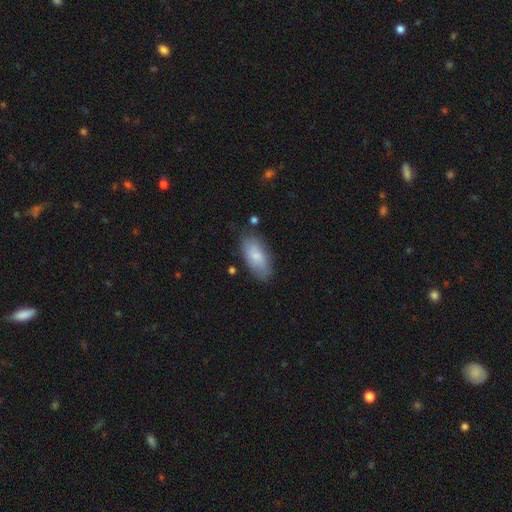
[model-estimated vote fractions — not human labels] Smooth or featured: smooth — 75% (featured or disk — 19%)
How rounded: in between — 88% (cigar-shaped — 10%)
Merging: none — 74% (minor disturbance — 19%)